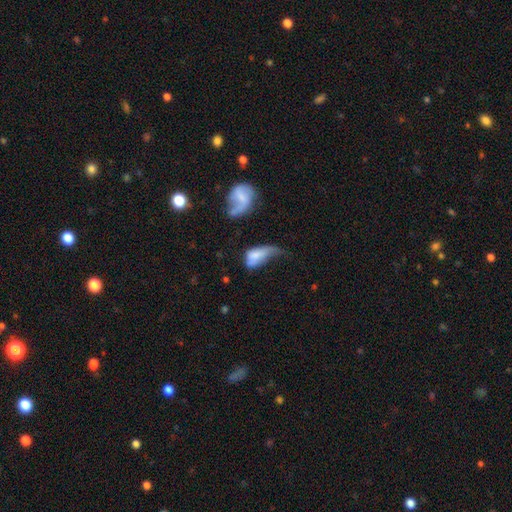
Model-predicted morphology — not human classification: This appears to be a smooth galaxy with no disk features (63%) that is in between round and cigar-shaped (86%). Merging: major disturbance (49%).